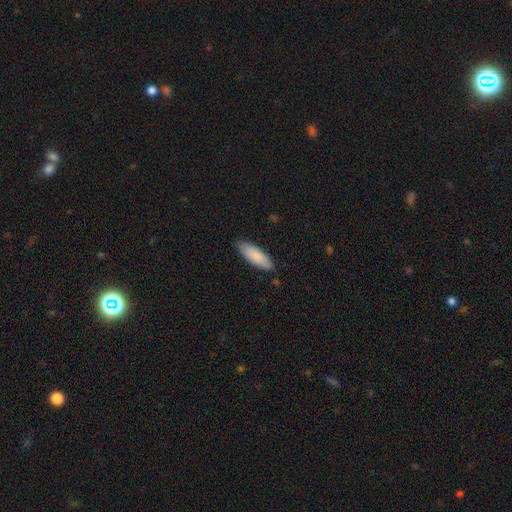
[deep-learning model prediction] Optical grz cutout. It shows a smooth galaxy with no disk features (87%) that is in between round and cigar-shaped (59%). Merging: none (85%).